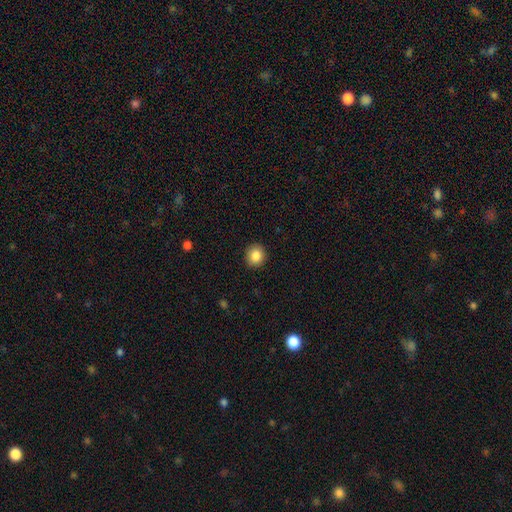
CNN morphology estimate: The model was most divided on "how rounded": round: 83%, in between: 16%, cigar-shaped: 1%. More confident: merging — none (91%); smooth or featured — smooth (86%).